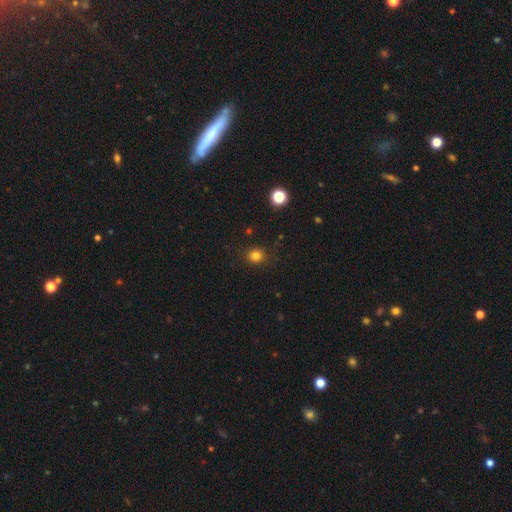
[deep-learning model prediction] Q: Smooth or featured?
A: smooth (81%); runner-up: star or artifact (14%)
Q: How rounded?
A: round (80%); runner-up: in between (19%)
Q: Merging?
A: none (88%); runner-up: minor disturbance (8%)